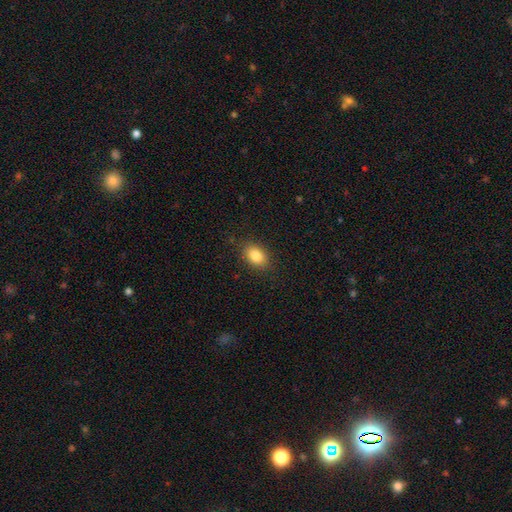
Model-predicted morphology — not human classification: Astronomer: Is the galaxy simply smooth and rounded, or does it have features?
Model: smooth — 84%.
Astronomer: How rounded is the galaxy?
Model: in between — 80%.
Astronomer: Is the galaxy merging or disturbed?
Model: none — 86%.